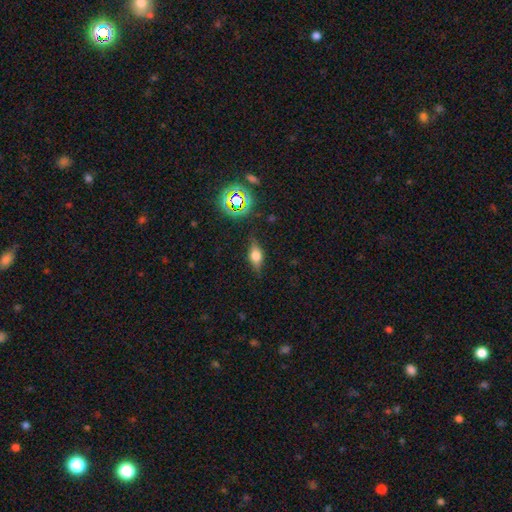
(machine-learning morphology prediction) This is possibly a smooth galaxy (52%). How rounded: likely in between (70%). Merging: clearly none (80%).